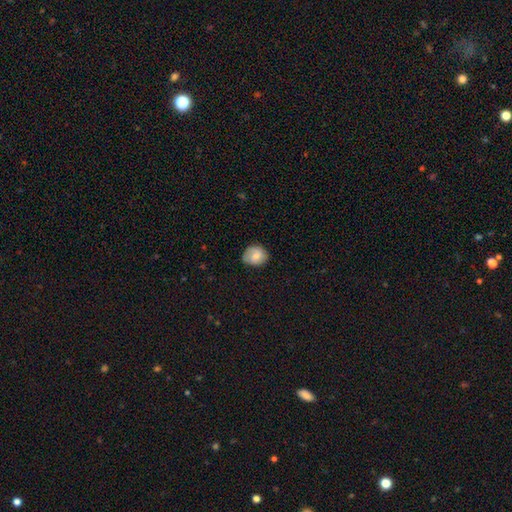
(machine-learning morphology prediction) Overall: smooth (66%). How rounded: round (65%; in between 34%). Merging: none (71%).